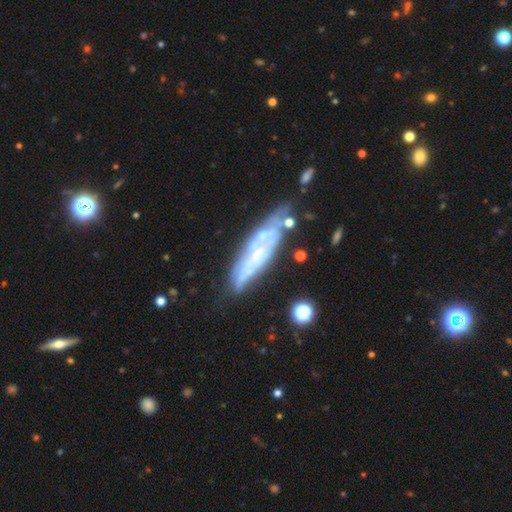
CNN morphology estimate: Overall: featured or disk (66%). Edge-on disk: no (60%; yes 40%). Merging: none (62%).